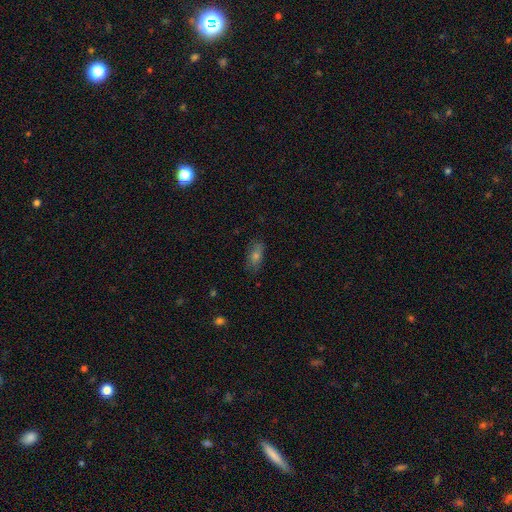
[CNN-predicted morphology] Overall: smooth (53%; featured or disk 29%). How rounded: in between (76%). Merging: none (79%).